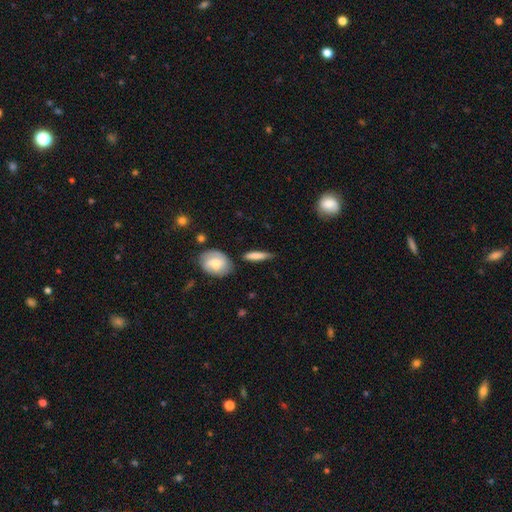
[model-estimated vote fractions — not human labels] smooth_or_featured: smooth (p=0.72) [alt: featured or disk p=0.22]
how_rounded: cigar-shaped (p=0.76) [alt: in between p=0.21]
merging: none (p=0.74) [alt: minor disturbance p=0.17]